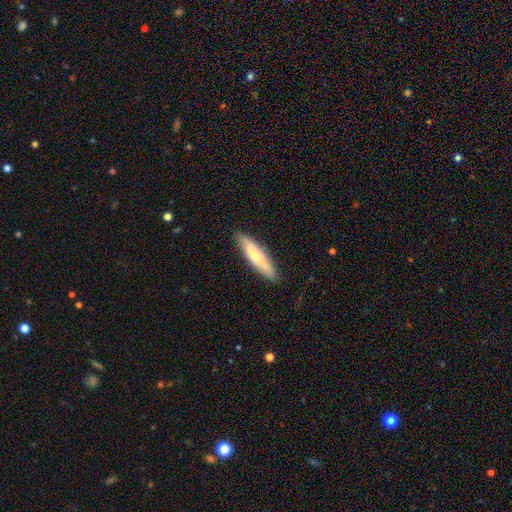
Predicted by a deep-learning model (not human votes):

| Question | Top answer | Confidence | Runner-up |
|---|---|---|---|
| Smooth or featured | smooth | 63% | featured or disk (32%) |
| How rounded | cigar-shaped | 79% | in between (19%) |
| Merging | none | 87% | minor disturbance (10%) |